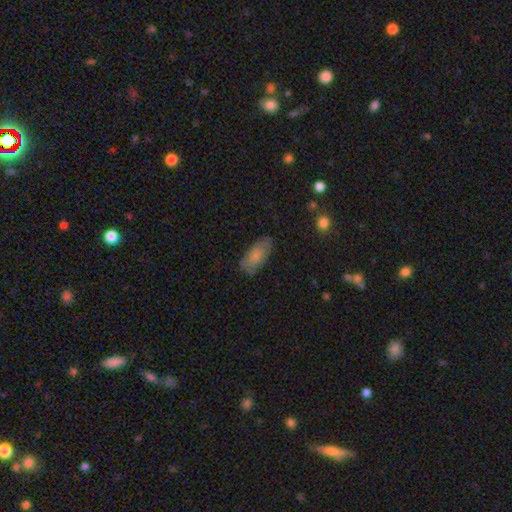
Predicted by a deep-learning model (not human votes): Smooth or featured? Predicted: smooth (p=0.78). How rounded? Predicted: in between (p=0.87). Merging? Predicted: none (p=0.73).